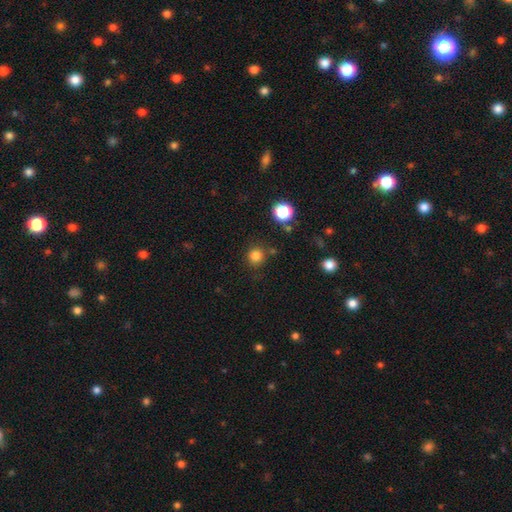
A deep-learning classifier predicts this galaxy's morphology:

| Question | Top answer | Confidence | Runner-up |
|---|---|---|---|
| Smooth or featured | smooth | 82% | star or artifact (13%) |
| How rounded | round | 91% | in between (8%) |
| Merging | none | 83% | minor disturbance (9%) |